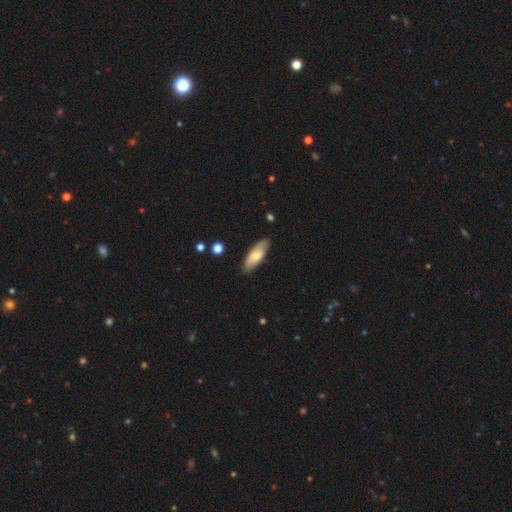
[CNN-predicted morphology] Smooth or featured? Predicted: smooth (p=0.68). How rounded? Predicted: in between (p=0.66). Merging? Predicted: none (p=0.85).